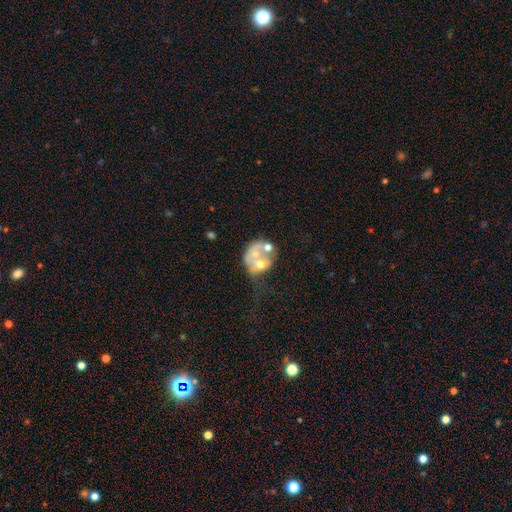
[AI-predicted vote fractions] Smooth or featured? featured or disk (53%)
Edge-on disk? no (98%)
Bar? no (91%)
Spiral arms? no (89%)
Bulge size? moderate (48%)
Merging? merger (47%)